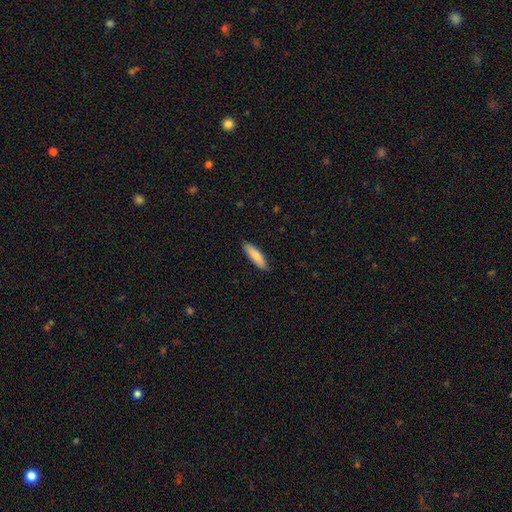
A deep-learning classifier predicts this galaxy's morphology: Overall: smooth (86%). How rounded: cigar-shaped (64%; in between 34%). Merging: none (88%).